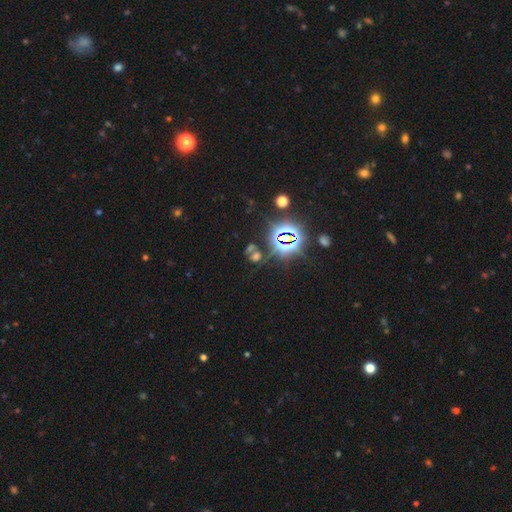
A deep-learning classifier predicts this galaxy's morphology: star or artifact 60%, smooth 28%, featured or disk 12%.